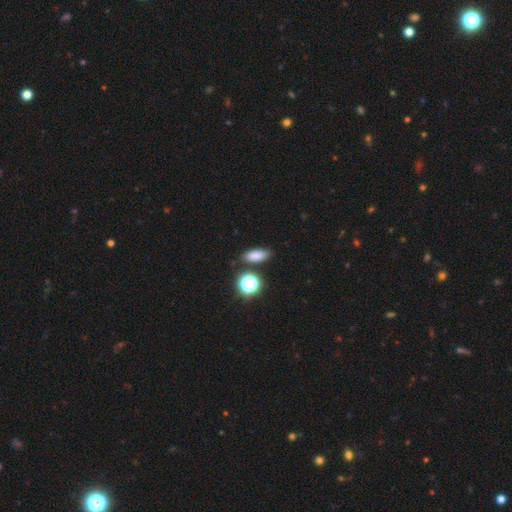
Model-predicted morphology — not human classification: Smooth or featured: smooth — 79% (star or artifact — 14%)
How rounded: in between — 77% (cigar-shaped — 12%)
Merging: none — 82% (minor disturbance — 10%)